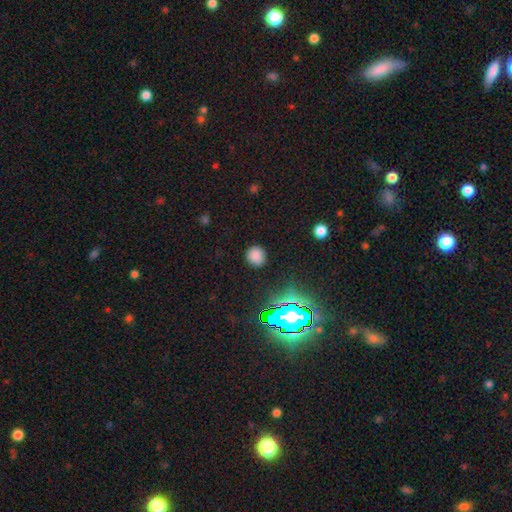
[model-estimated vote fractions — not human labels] smooth-or-featured: smooth: 78% | star or artifact: 17% | featured or disk: 5%
  how-rounded: round: 87% | in between: 12% | cigar-shaped: 1%
  merging: none: 88% | minor disturbance: 8% | major disturbance: 3% | merger: 1%